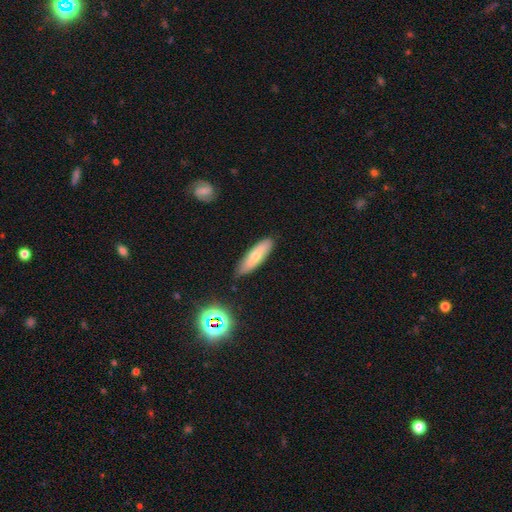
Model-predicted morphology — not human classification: smooth_or_featured: smooth (p=0.63) [alt: featured or disk p=0.30]
how_rounded: cigar-shaped (p=0.59) [alt: in between p=0.39]
merging: none (p=0.82) [alt: minor disturbance p=0.13]